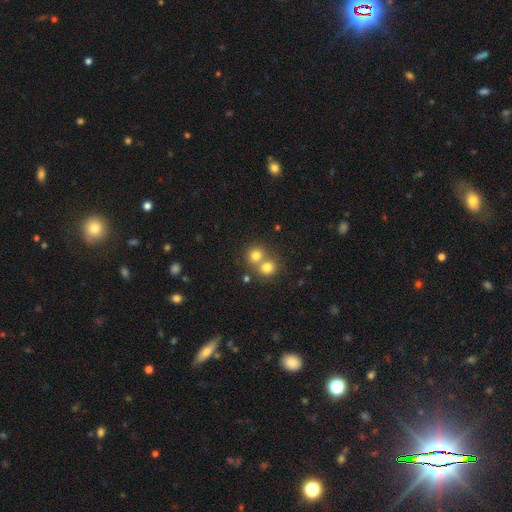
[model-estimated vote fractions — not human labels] Smooth or featured: smooth — 76% (star or artifact — 13%)
How rounded: round — 85% (in between — 14%)
Merging: merger — 50% (none — 42%)